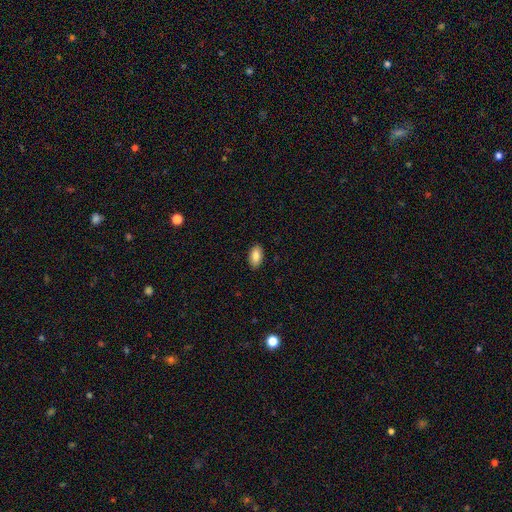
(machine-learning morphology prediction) This is clearly a smooth galaxy (85%). How rounded: clearly in between (94%). Merging: clearly none (89%).